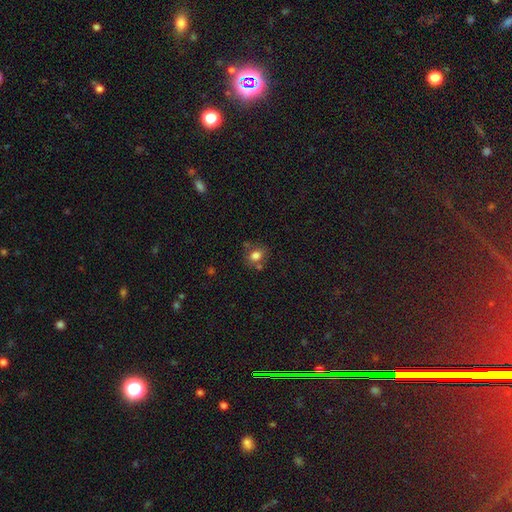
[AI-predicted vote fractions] smooth 77%, star or artifact 12%, featured or disk 11%. Down the decision tree: how rounded — round (53%); merging — none (62%).